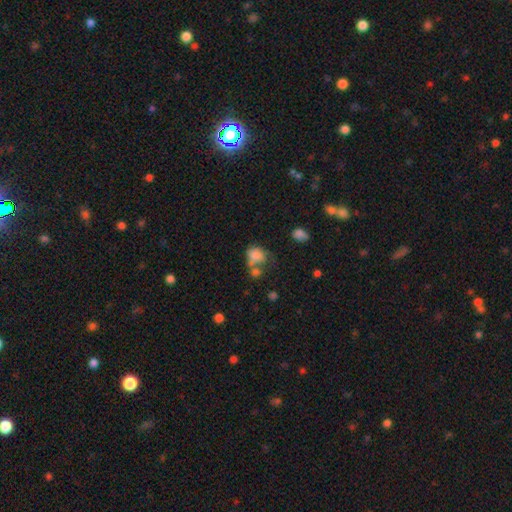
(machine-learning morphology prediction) Q: Smooth or featured?
A: smooth (77%); runner-up: featured or disk (12%)
Q: How rounded?
A: in between (60%); runner-up: round (39%)
Q: Merging?
A: merger (36%); runner-up: none (31%)